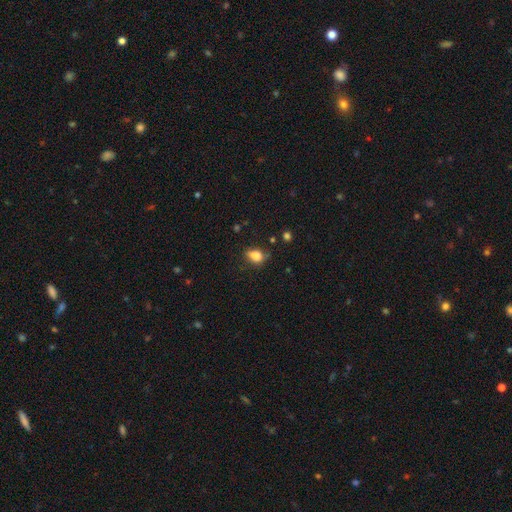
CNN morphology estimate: A smooth galaxy with no disk features (81%) that is in between round and cigar-shaped (72%).

Vote fractions:
- Smooth or featured? smooth: 81% / star or artifact: 10% / featured or disk: 9%
- How rounded? in between: 72% / round: 25% / cigar-shaped: 3%
- Merging? none: 60% / minor disturbance: 29% / major disturbance: 8% / merger: 3%